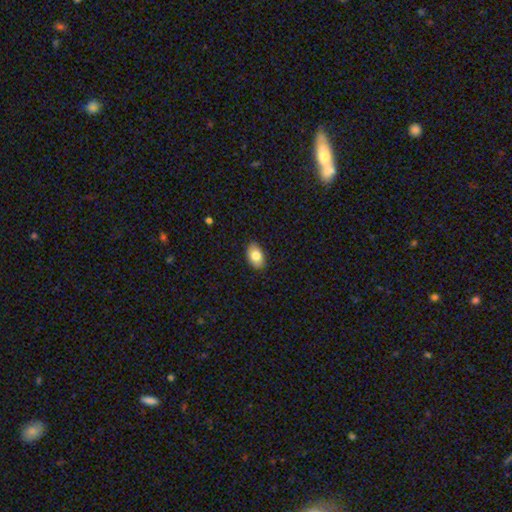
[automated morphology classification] A smooth galaxy with no disk features (80%) that is in between round and cigar-shaped (89%). Merging: none (86%).